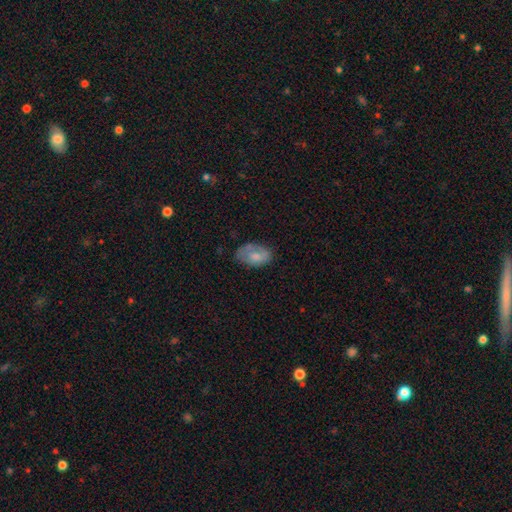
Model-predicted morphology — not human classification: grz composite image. It shows a smooth galaxy with no disk features (67%) that is in between round and cigar-shaped (90%). Merging: none (57%).